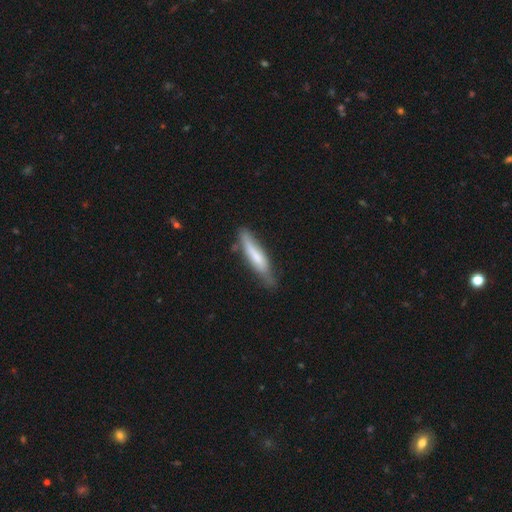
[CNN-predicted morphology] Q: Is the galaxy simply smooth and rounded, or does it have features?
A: smooth — 61%.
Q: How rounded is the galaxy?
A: cigar-shaped — 83%.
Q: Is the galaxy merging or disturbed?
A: none — 59%.